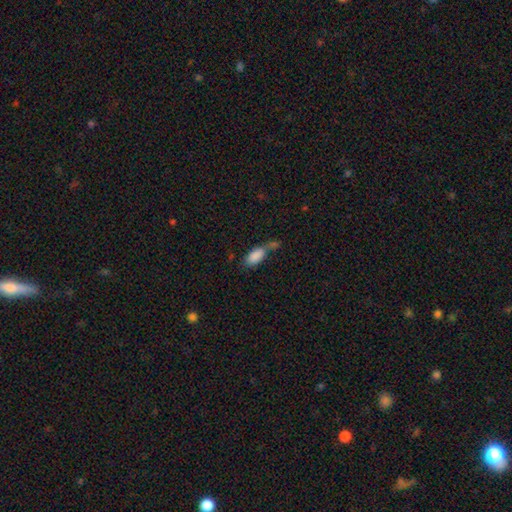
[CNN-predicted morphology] Smooth or featured? Predicted: smooth (p=0.85). How rounded? Predicted: in between (p=0.90). Merging? Predicted: merger (p=0.37).